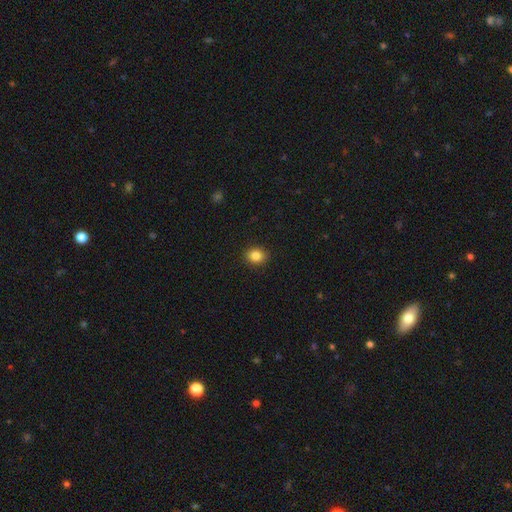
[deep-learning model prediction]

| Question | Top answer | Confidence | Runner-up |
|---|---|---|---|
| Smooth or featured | smooth | 85% | star or artifact (10%) |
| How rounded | round | 63% | in between (36%) |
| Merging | none | 91% | minor disturbance (6%) |